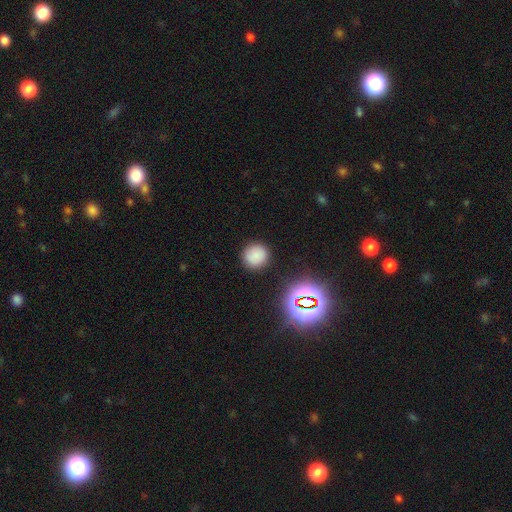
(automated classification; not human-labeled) This is clearly a smooth galaxy (80%). How rounded: clearly round (91%). Merging: clearly none (89%).